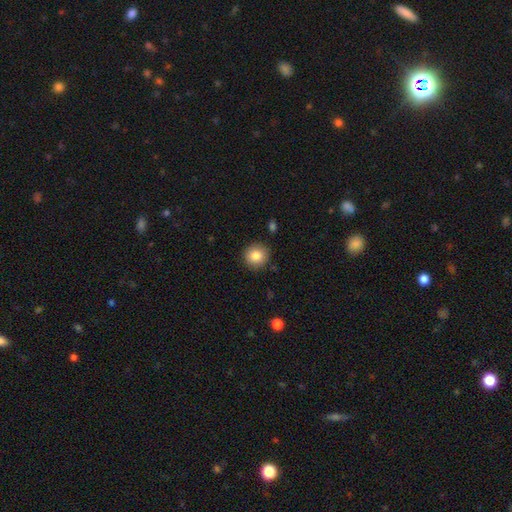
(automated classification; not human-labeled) Smooth or featured? Predicted: smooth (p=0.85). How rounded? Predicted: round (p=0.91). Merging? Predicted: none (p=0.89).